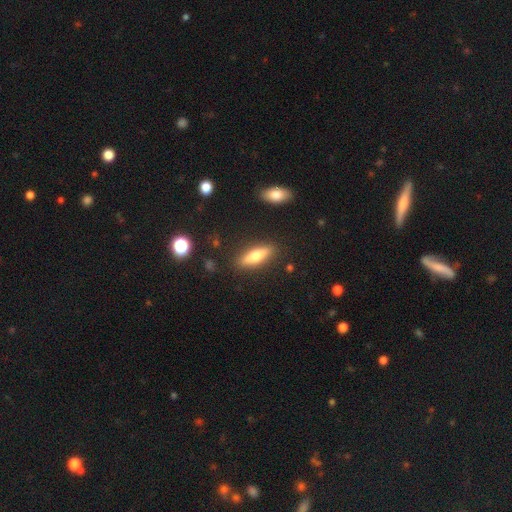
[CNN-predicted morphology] This appears to be a smooth galaxy with no disk features (61%) that is cigar-shaped (57%). Merging: none (86%).